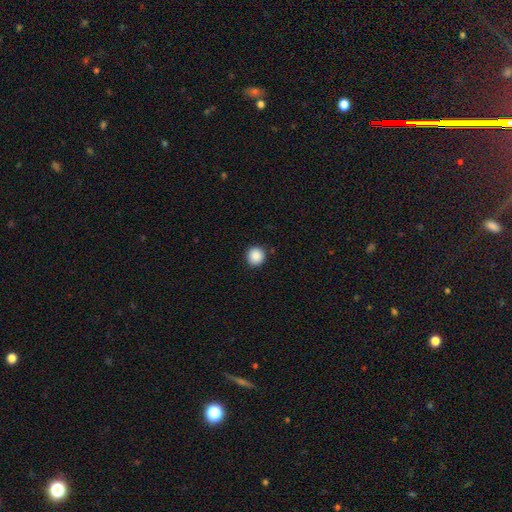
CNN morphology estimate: Overall: smooth (89%). How rounded: round (92%). Merging: none (91%).